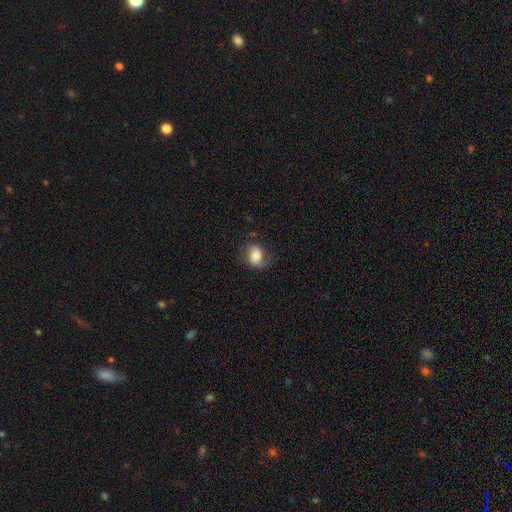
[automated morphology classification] Smooth or featured? Predicted: smooth (p=0.66). How rounded? Predicted: in between (p=0.61). Merging? Predicted: none (p=0.52).